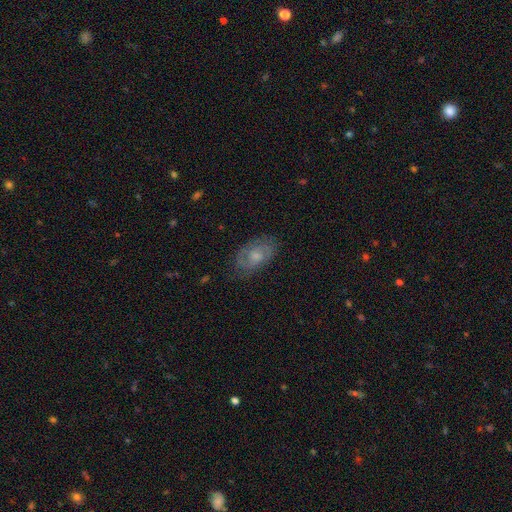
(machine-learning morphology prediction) A featured or disk galaxy (55%) with no bar (70%), spiral arms (73%) and a moderate central bulge (52%). Merging: none (72%).